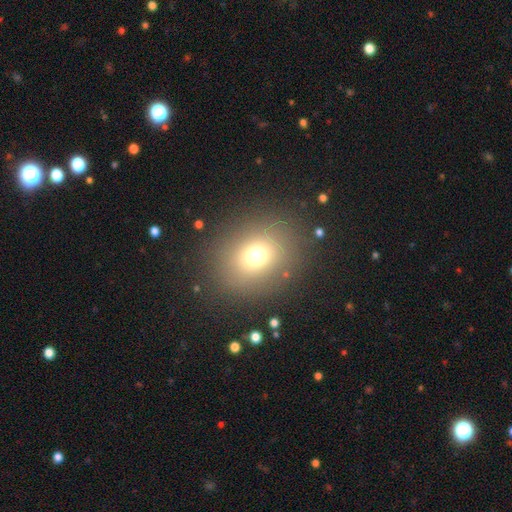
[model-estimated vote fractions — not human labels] Smooth or featured?
  - smooth: 70% *
  - star or artifact: 19%
  - featured or disk: 11%
How rounded?
  - round: 69% *
  - in between: 30%
  - cigar-shaped: 1%
Merging?
  - none: 84% *
  - minor disturbance: 8%
  - major disturbance: 6%
  - merger: 2%